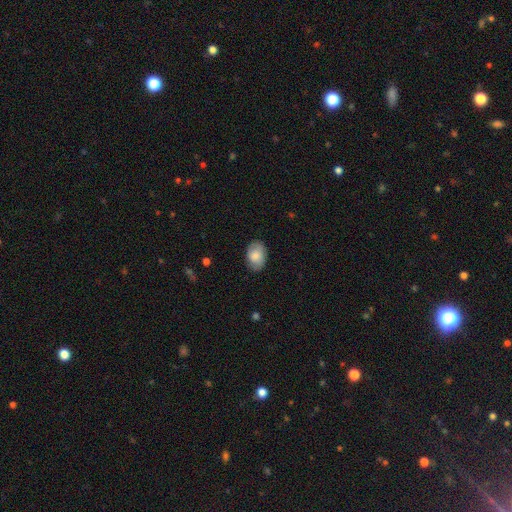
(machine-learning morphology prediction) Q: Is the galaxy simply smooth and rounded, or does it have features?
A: smooth — 77%.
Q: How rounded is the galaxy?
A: in between — 85%.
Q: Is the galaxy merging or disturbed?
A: none — 82%.